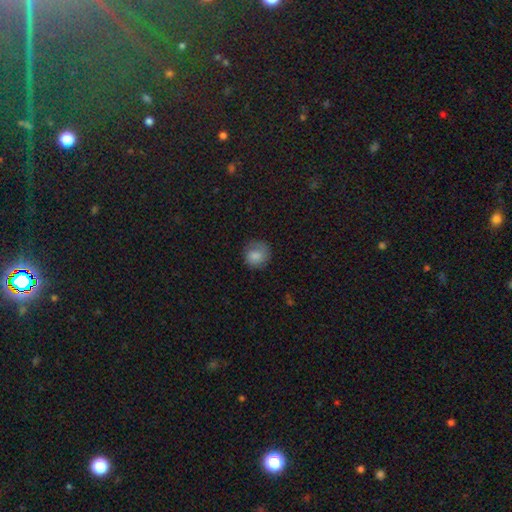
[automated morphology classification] type=smooth (78%); roundness=round (82%); merging=none (68%).